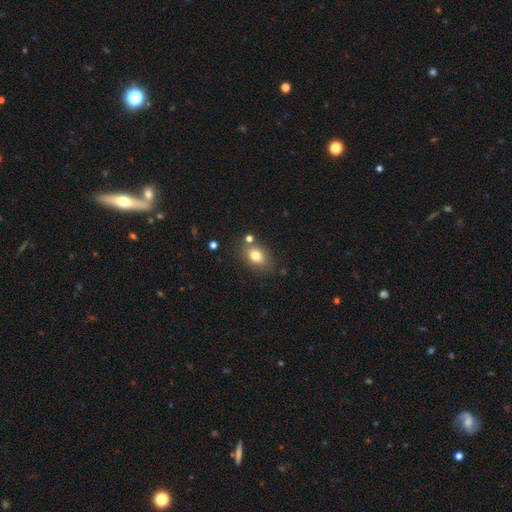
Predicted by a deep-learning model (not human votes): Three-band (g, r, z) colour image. It shows a smooth galaxy with no disk features (77%) that is in between round and cigar-shaped (73%). Merging: none (72%).